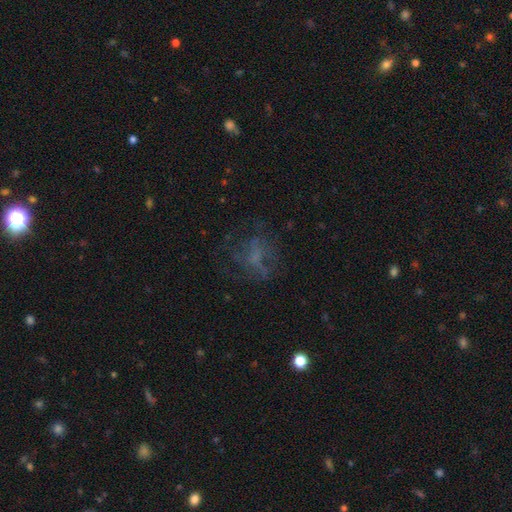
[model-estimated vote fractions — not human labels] Q: Smooth or featured?
A: featured or disk (41%); runner-up: smooth (32%)
Q: Merging?
A: none (56%); runner-up: major disturbance (26%)